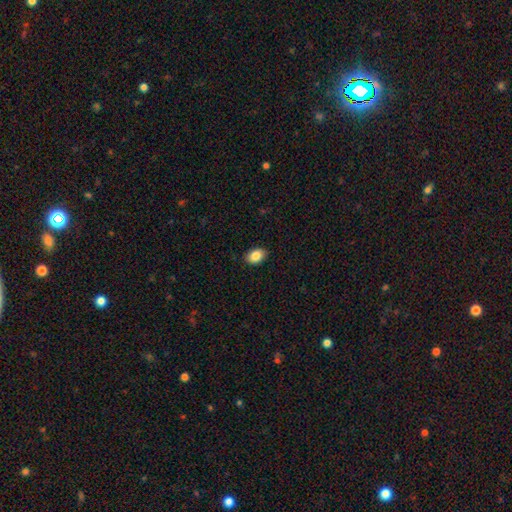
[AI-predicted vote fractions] Smooth or featured? Predicted: smooth (p=0.86). How rounded? Predicted: in between (p=0.83). Merging? Predicted: none (p=0.88).